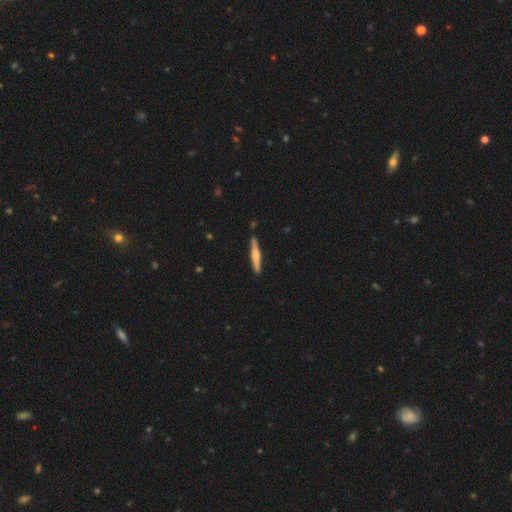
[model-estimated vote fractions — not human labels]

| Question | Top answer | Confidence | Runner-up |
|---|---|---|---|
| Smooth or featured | featured or disk | 52% | smooth (43%) |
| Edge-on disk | yes | 97% | no (3%) |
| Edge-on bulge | rounded | 66% | boxy (20%) |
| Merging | none | 88% | minor disturbance (9%) |